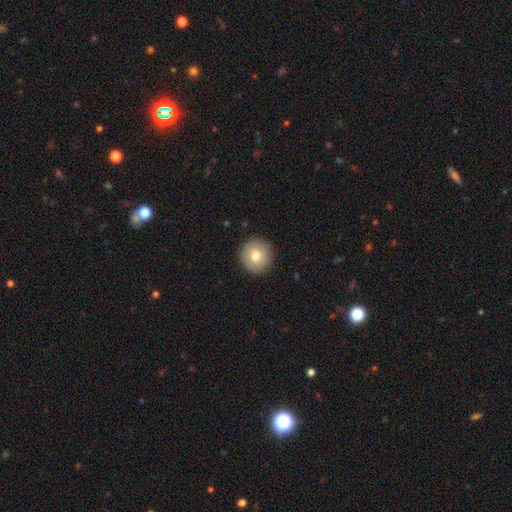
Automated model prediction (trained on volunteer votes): smooth-or-featured: smooth: 79% | featured or disk: 14% | star or artifact: 7%
  how-rounded: round: 93% | in between: 6% | cigar-shaped: 1%
  merging: none: 89% | minor disturbance: 8% | major disturbance: 2% | merger: 1%